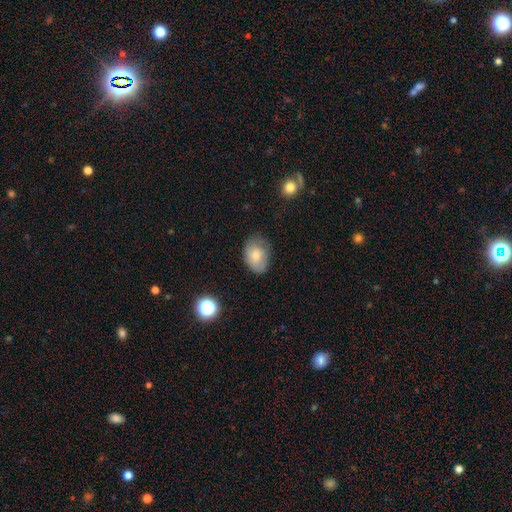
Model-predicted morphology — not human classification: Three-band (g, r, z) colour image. It shows a smooth galaxy with no disk features (74%) that is in between round and cigar-shaped (74%). Merging: none (61%).